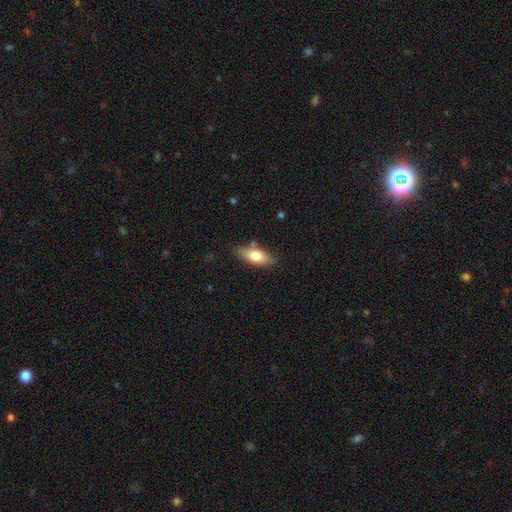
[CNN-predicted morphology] Smooth or featured?
  - smooth: 72% *
  - featured or disk: 22%
  - star or artifact: 6%
How rounded?
  - in between: 74% *
  - cigar-shaped: 23%
  - round: 3%
Merging?
  - none: 77% *
  - minor disturbance: 16%
  - merger: 4%
  - major disturbance: 3%